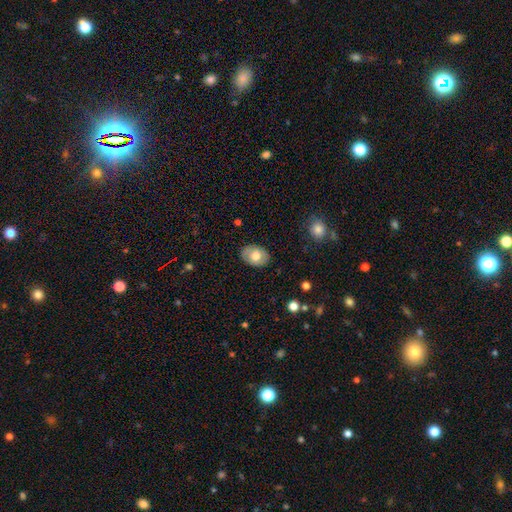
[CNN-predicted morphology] Smooth or featured? smooth (68%)
How rounded? in between (73%)
Merging? none (86%)